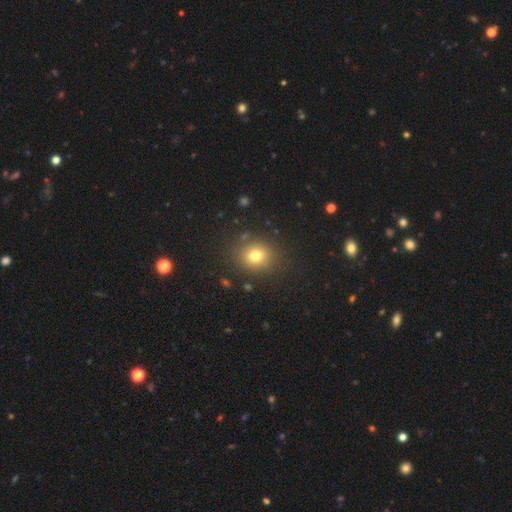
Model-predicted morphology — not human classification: smooth 77%, star or artifact 15%, featured or disk 9%. Down the decision tree: how rounded — round (74%); merging — none (85%).